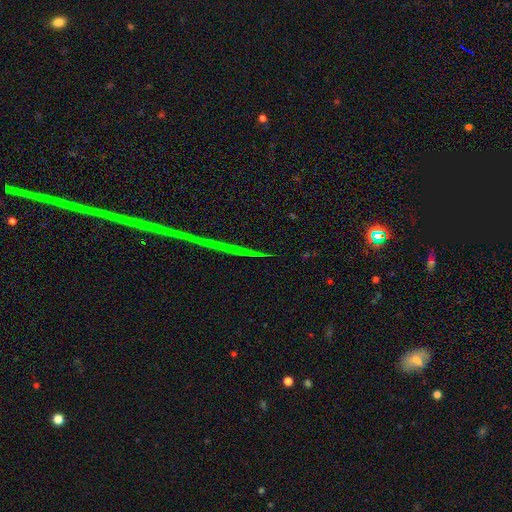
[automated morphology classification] A star or artifact, not a galaxy (80%).